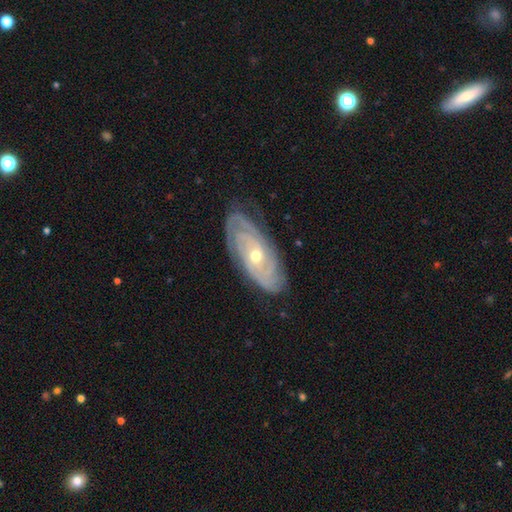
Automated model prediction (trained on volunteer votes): This appears to be a featured or disk galaxy (87%) with no bar (71%), tight (79%) spiral arms (97%) and a moderate central bulge (50%). Merging: none (80%).